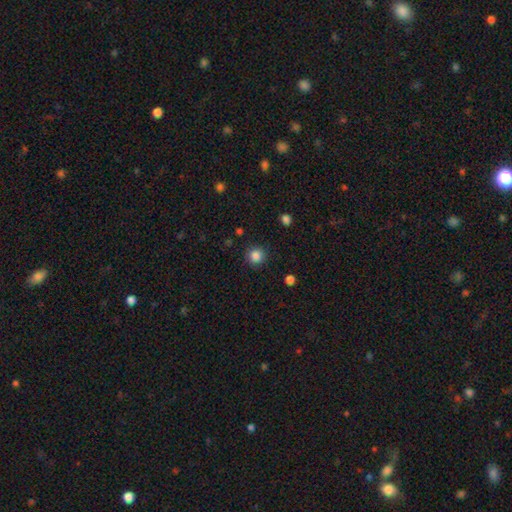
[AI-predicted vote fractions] smooth_or_featured: smooth (p=0.85) [alt: star or artifact p=0.11]
how_rounded: round (p=0.94) [alt: in between p=0.05]
merging: none (p=0.90) [alt: minor disturbance p=0.07]